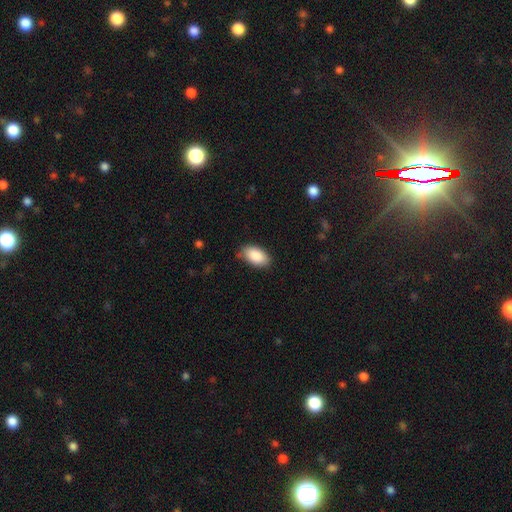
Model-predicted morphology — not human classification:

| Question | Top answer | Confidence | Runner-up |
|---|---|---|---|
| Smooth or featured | smooth | 89% | star or artifact (6%) |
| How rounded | in between | 95% | round (3%) |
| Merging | none | 82% | minor disturbance (14%) |